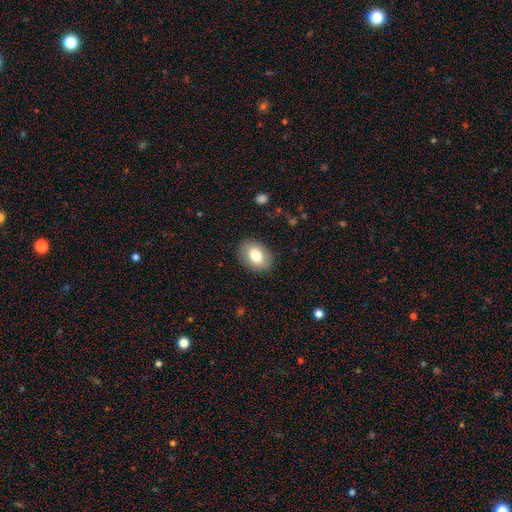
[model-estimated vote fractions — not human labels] smooth-or-featured: smooth: 78% | featured or disk: 15% | star or artifact: 7%
  how-rounded: in between: 78% | round: 21% | cigar-shaped: 1%
  merging: none: 87% | minor disturbance: 10% | major disturbance: 3% | merger: 1%